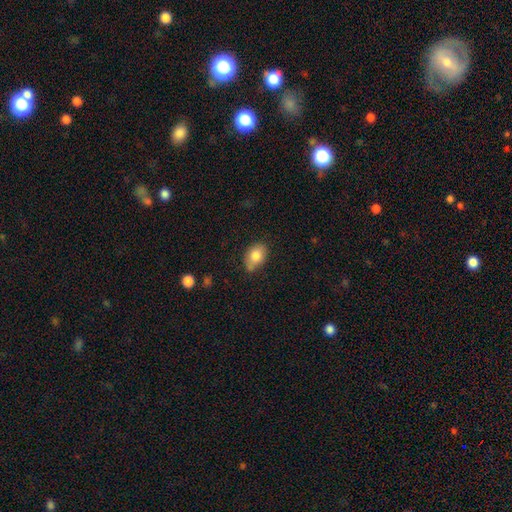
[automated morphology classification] Smooth or featured: smooth — 82% (featured or disk — 10%)
How rounded: in between — 79% (round — 19%)
Merging: none — 65% (minor disturbance — 24%)